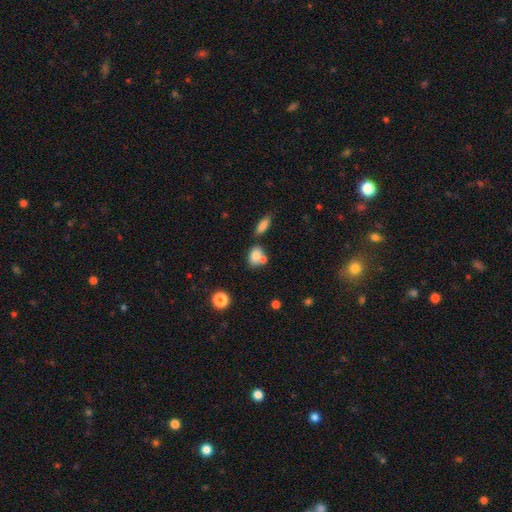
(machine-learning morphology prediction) smooth-or-featured: smooth: 76% | featured or disk: 13% | star or artifact: 10%
  how-rounded: in between: 72% | round: 25% | cigar-shaped: 3%
  merging: none: 44% | merger: 38% | minor disturbance: 13% | major disturbance: 5%